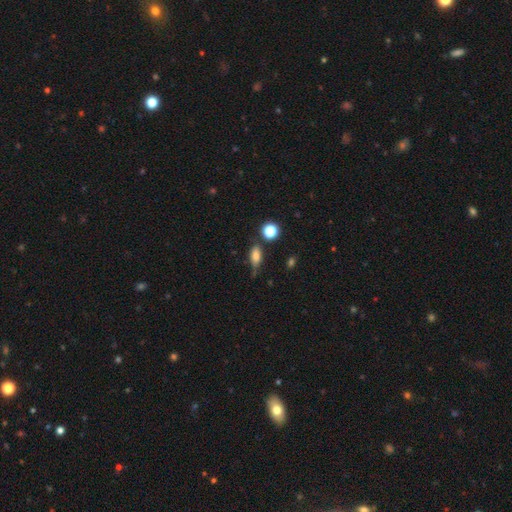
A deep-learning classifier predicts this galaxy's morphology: smooth_or_featured: smooth (p=0.77) [alt: featured or disk p=0.12]
how_rounded: in between (p=0.77) [alt: cigar-shaped p=0.13]
merging: none (p=0.59) [alt: minor disturbance p=0.27]